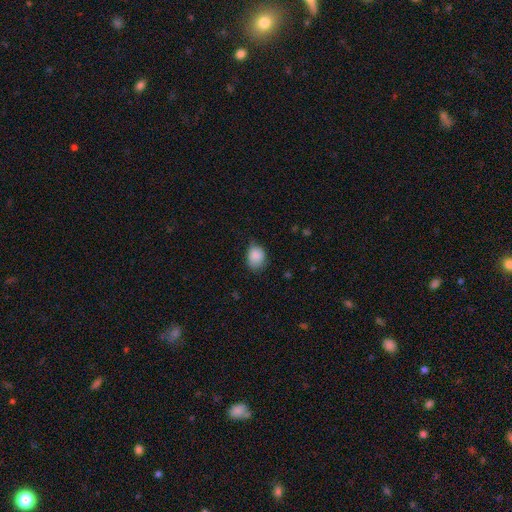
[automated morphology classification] Smooth or featured?
  - smooth: 87% *
  - star or artifact: 7%
  - featured or disk: 5%
How rounded?
  - in between: 59% *
  - round: 40%
  - cigar-shaped: 1%
Merging?
  - none: 60% *
  - minor disturbance: 32%
  - major disturbance: 7%
  - merger: 1%